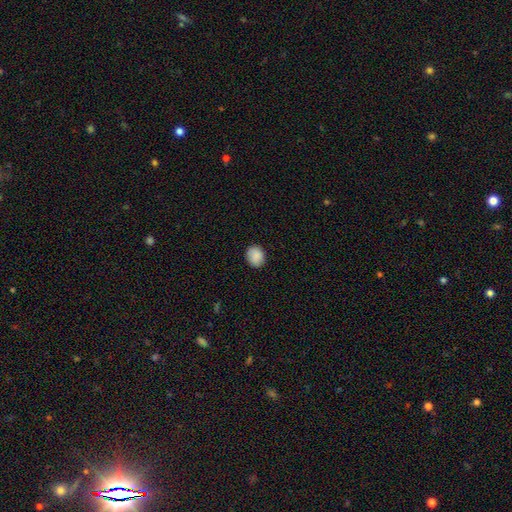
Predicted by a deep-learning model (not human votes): This is clearly a smooth galaxy (89%). How rounded: likely round (64%). Merging: clearly none (87%).